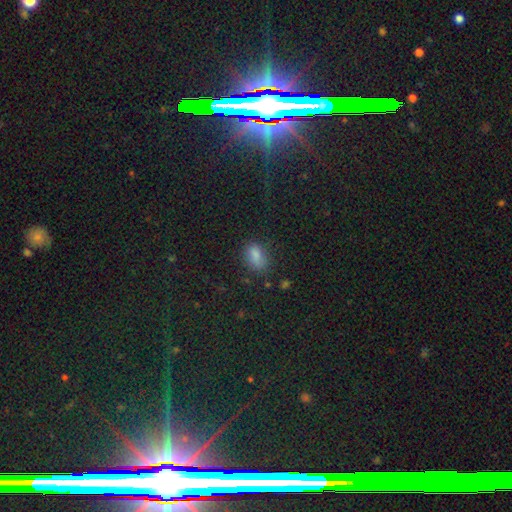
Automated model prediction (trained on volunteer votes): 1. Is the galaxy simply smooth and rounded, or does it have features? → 79% smooth, 14% star or artifact, 6% featured or disk.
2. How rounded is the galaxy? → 84% in between, 13% round, 3% cigar-shaped.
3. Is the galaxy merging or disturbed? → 67% none, 21% minor disturbance, 8% major disturbance, 3% merger.